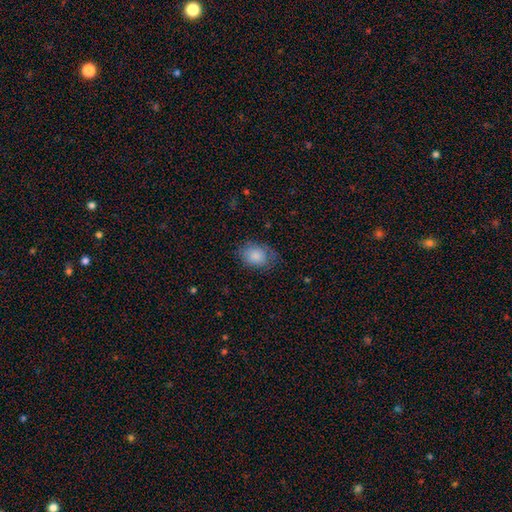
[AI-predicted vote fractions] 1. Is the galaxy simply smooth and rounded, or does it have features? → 83% smooth, 9% featured or disk, 8% star or artifact.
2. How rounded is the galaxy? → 70% in between, 29% round, 1% cigar-shaped.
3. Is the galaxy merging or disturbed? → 67% none, 24% minor disturbance, 8% major disturbance, 1% merger.